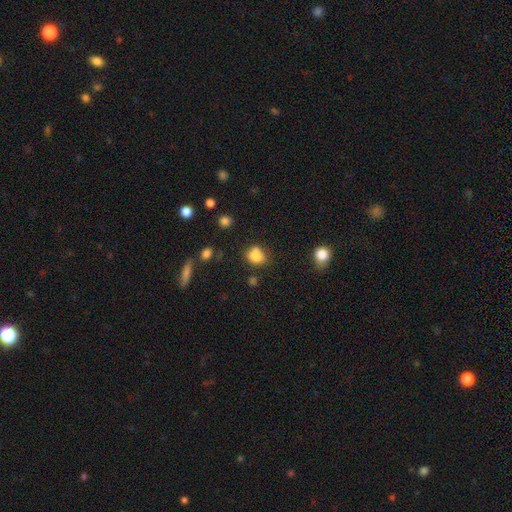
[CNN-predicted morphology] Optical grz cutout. It shows a smooth galaxy with no disk features (81%) that is round (53%). Merging: none (56%).